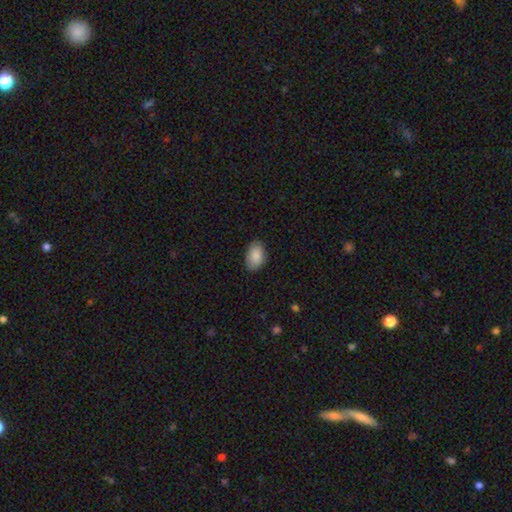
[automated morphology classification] type=smooth (88%); roundness=in between (91%); merging=none (84%).